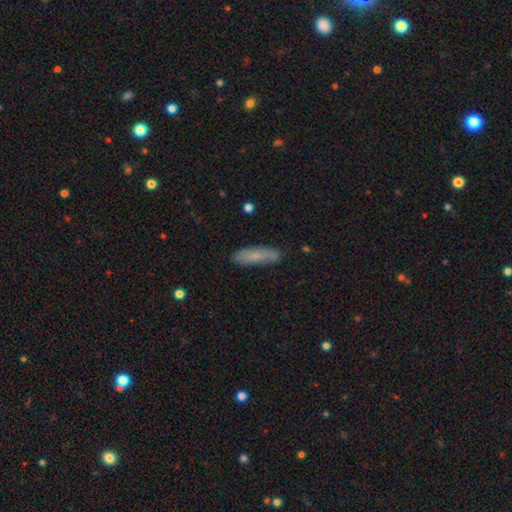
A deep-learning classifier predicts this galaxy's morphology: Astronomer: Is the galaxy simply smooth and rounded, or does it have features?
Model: smooth — 68%.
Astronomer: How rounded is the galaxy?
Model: cigar-shaped — 66%.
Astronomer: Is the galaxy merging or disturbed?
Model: none — 83%.